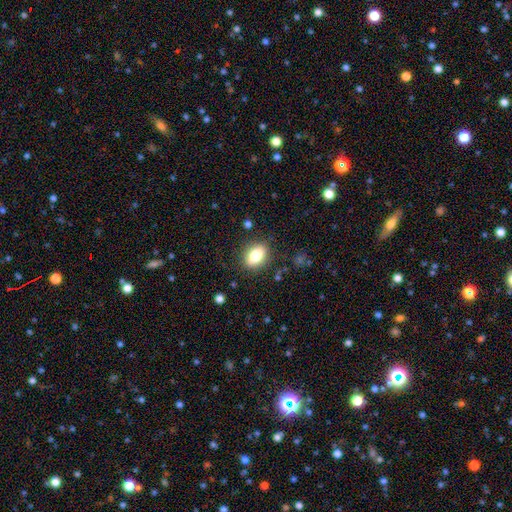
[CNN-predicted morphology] smooth-or-featured: smooth: 78% | featured or disk: 13% | star or artifact: 9%
  how-rounded: in between: 76% | round: 21% | cigar-shaped: 3%
  merging: none: 85% | minor disturbance: 10% | major disturbance: 3% | merger: 1%